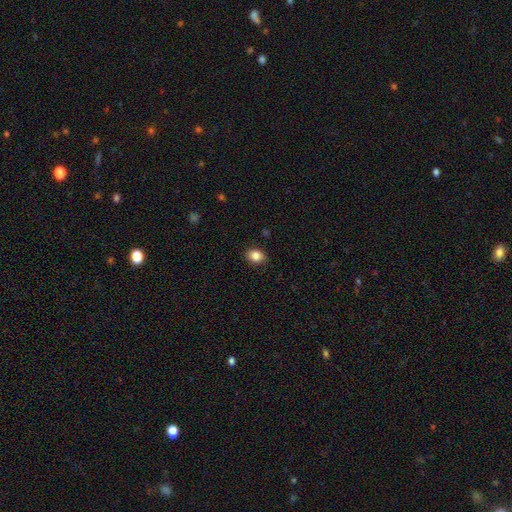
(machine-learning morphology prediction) Smooth or featured? smooth (85%)
How rounded? in between (58%)
Merging? none (86%)